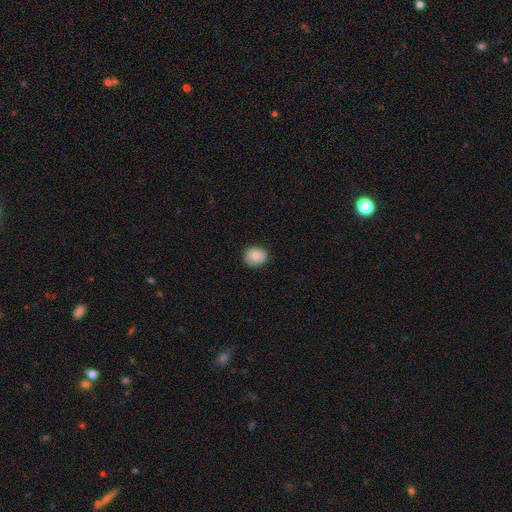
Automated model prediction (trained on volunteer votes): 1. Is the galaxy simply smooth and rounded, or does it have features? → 79% smooth, 12% featured or disk, 9% star or artifact.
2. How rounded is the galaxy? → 72% round, 27% in between, 1% cigar-shaped.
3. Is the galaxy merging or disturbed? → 84% none, 13% minor disturbance, 2% major disturbance, 1% merger.